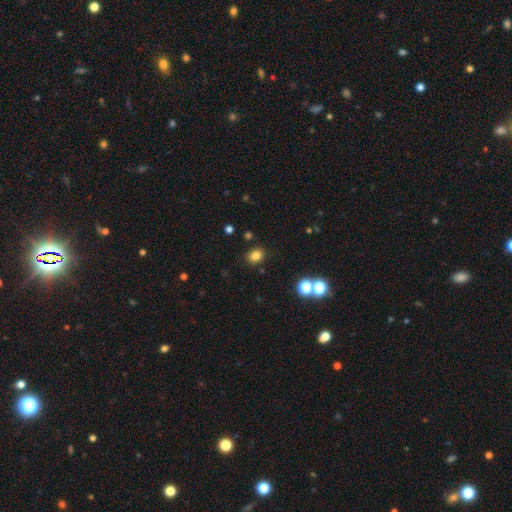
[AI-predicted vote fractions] Morphology: type=smooth (80%); roundness=round (63%); merging=none (86%).